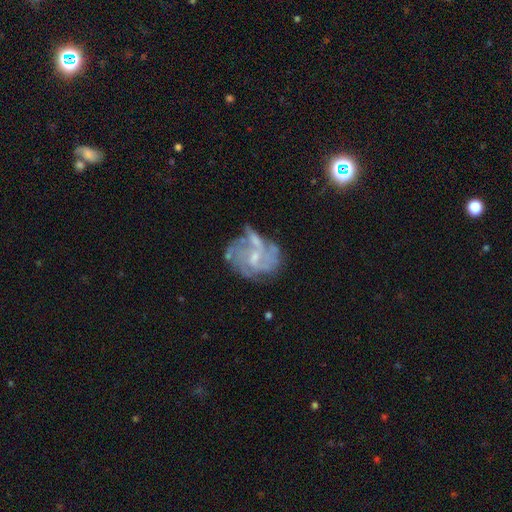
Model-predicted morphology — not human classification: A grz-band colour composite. It shows a featured or disk galaxy (80%) with no bar (47%), medium (42%) spiral arms (80%) and a small central bulge (58%). Merging: none (46%).